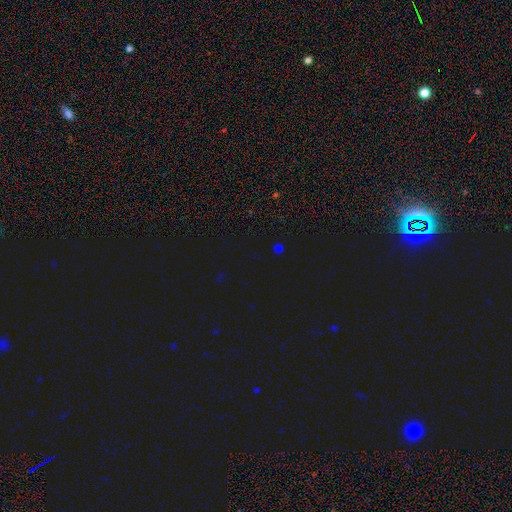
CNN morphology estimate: This is likely a star or artifact rather than a galaxy (62%).